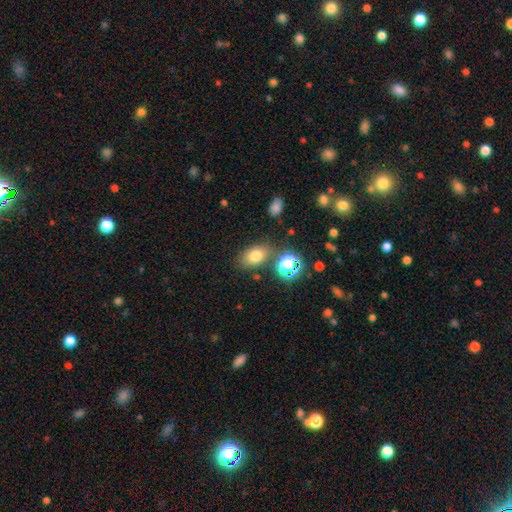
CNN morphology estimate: This is likely a smooth galaxy (74%). How rounded: clearly in between (80%). Merging: likely none (74%).